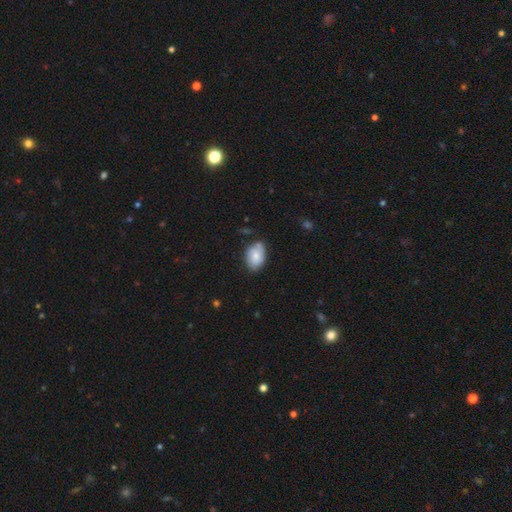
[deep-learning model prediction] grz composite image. It shows a smooth galaxy with no disk features (73%) that is in between round and cigar-shaped (85%). Merging: none (63%).